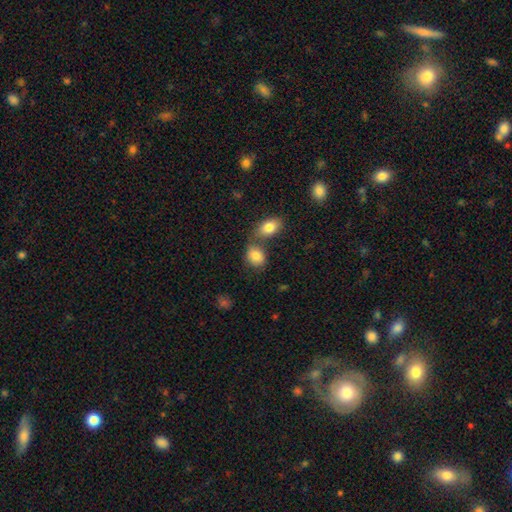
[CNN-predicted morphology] Smooth or featured: smooth — 84% (star or artifact — 9%)
How rounded: in between — 62% (round — 37%)
Merging: none — 50% (merger — 35%)